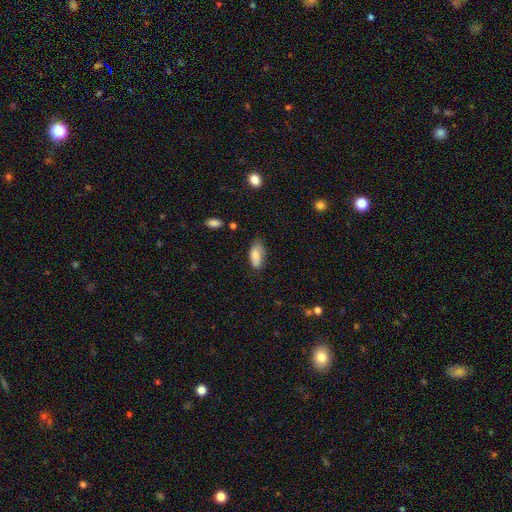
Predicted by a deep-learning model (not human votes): A smooth galaxy with no disk features (76%) that is in between round and cigar-shaped (91%).

Vote fractions:
- Smooth or featured? smooth: 76% / featured or disk: 17% / star or artifact: 7%
- How rounded? in between: 91% / cigar-shaped: 7% / round: 3%
- Merging? none: 63% / minor disturbance: 28% / major disturbance: 6% / merger: 2%